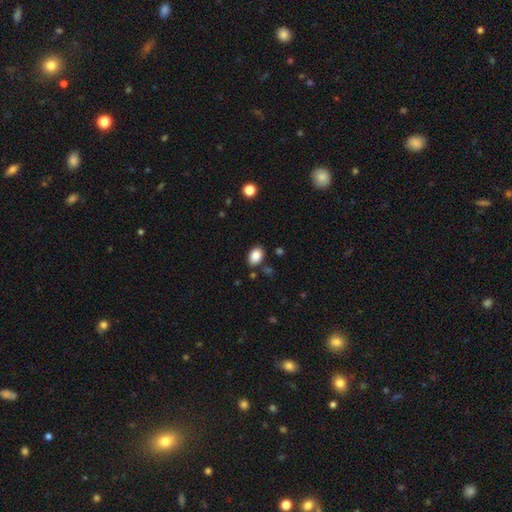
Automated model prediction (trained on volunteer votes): A smooth galaxy with no disk features (87%) that is in between round and cigar-shaped (82%).

Vote fractions:
- Smooth or featured? smooth: 87% / star or artifact: 8% / featured or disk: 4%
- How rounded? in between: 82% / round: 17% / cigar-shaped: 1%
- Merging? none: 82% / minor disturbance: 11% / merger: 3% / major disturbance: 3%